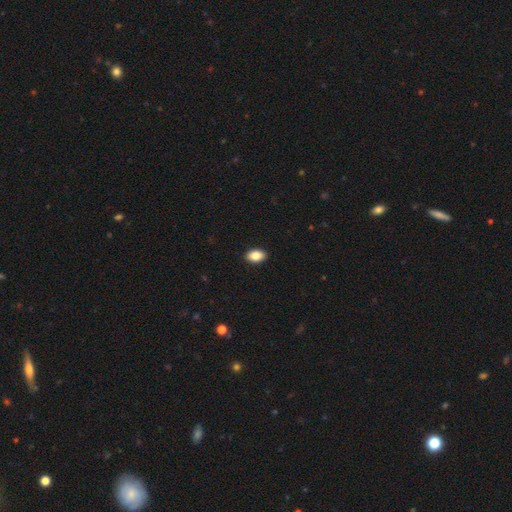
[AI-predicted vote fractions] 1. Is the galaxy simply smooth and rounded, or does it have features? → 86% smooth, 8% star or artifact, 6% featured or disk.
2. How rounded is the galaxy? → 89% in between, 10% round, 1% cigar-shaped.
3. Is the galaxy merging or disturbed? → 91% none, 6% minor disturbance, 2% major disturbance, 1% merger.